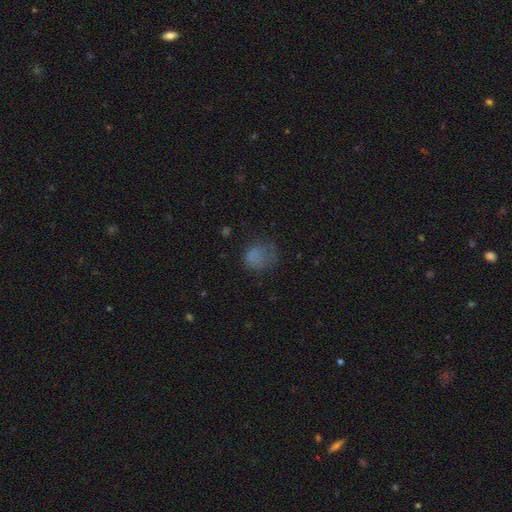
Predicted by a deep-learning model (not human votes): This appears to be a smooth galaxy with no disk features (72%) that is round (65%). Merging: none (46%).